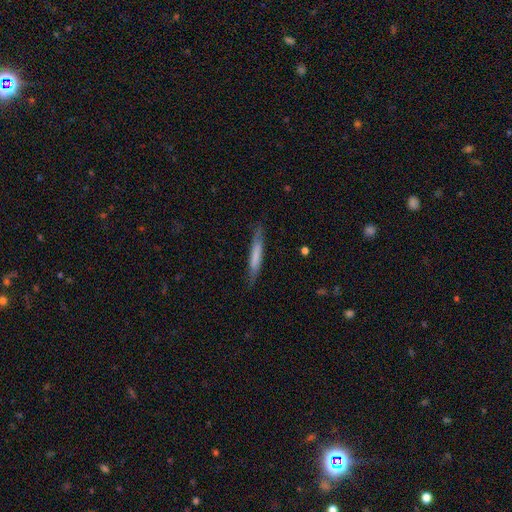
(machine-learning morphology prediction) Q: Smooth or featured?
A: smooth (62%); runner-up: featured or disk (32%)
Q: How rounded?
A: cigar-shaped (93%); runner-up: in between (6%)
Q: Merging?
A: none (81%); runner-up: minor disturbance (15%)